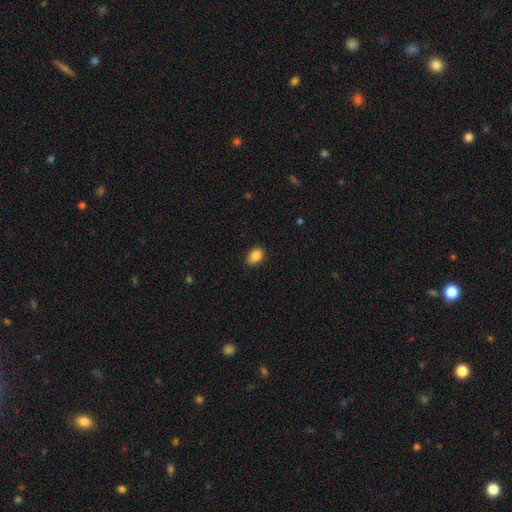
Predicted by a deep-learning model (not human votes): smooth_or_featured: smooth (p=0.87) [alt: star or artifact p=0.08]
how_rounded: in between (p=0.82) [alt: round p=0.17]
merging: none (p=0.88) [alt: minor disturbance p=0.09]